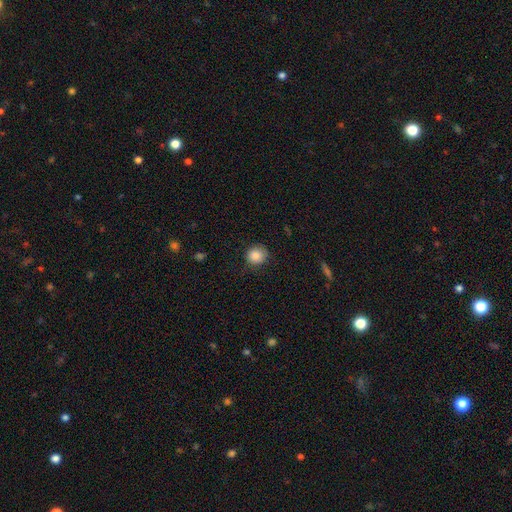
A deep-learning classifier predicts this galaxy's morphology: Smooth or featured?
  - smooth: 86% *
  - star or artifact: 9%
  - featured or disk: 5%
How rounded?
  - round: 88% *
  - in between: 11%
  - cigar-shaped: 1%
Merging?
  - none: 80% *
  - minor disturbance: 15%
  - major disturbance: 3%
  - merger: 1%